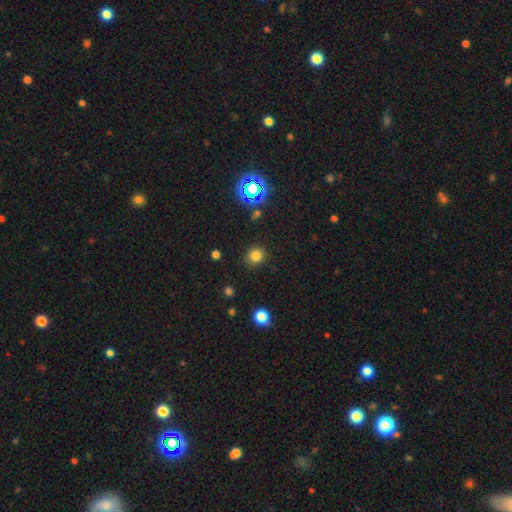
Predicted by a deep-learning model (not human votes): Smooth or featured? Predicted: smooth (p=0.78). How rounded? Predicted: round (p=0.90). Merging? Predicted: none (p=0.89).